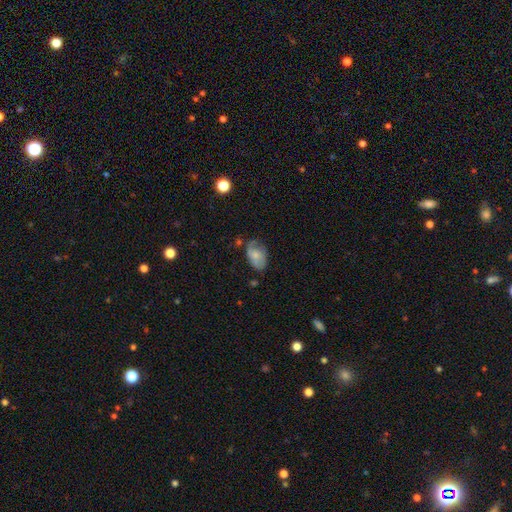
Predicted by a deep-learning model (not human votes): A smooth galaxy with no disk features (60%) that is in between round and cigar-shaped (89%).

Vote fractions:
- Smooth or featured? smooth: 60% / featured or disk: 32% / star or artifact: 7%
- How rounded? in between: 89% / round: 9% / cigar-shaped: 1%
- Merging? none: 47% / minor disturbance: 35% / major disturbance: 14% / merger: 3%